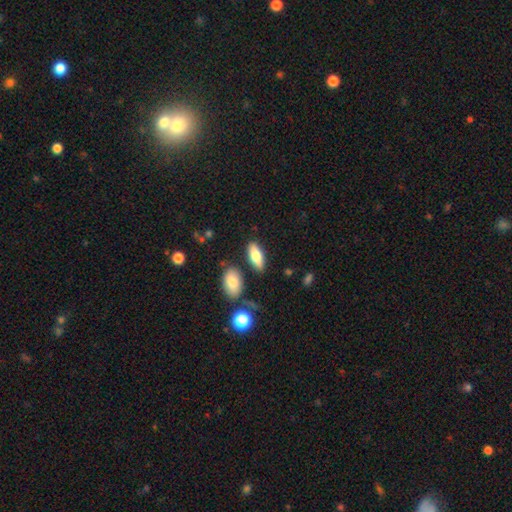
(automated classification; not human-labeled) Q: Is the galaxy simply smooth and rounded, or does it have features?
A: smooth — 74%.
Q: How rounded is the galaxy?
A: in between — 74%.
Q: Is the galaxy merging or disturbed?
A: none — 80%.